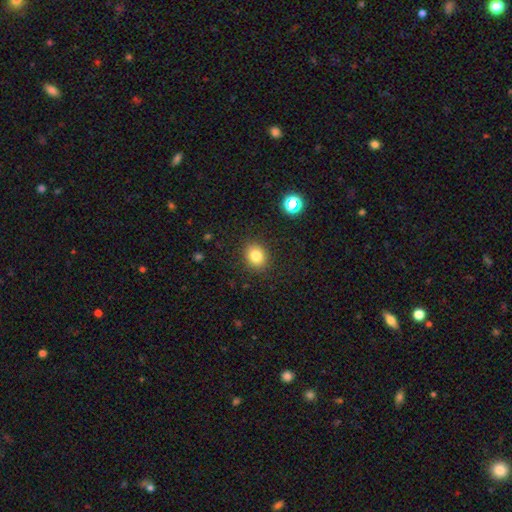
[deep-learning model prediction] This is clearly a smooth galaxy (81%). How rounded: likely round (66%). Merging: clearly none (88%).